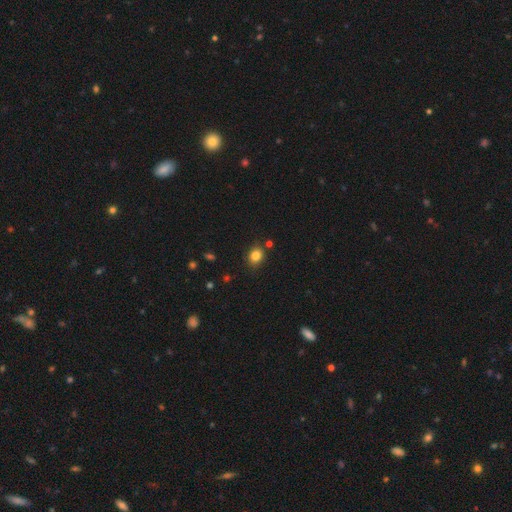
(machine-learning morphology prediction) This is clearly a smooth galaxy (82%). How rounded: possibly round (58%). Merging: clearly none (82%).